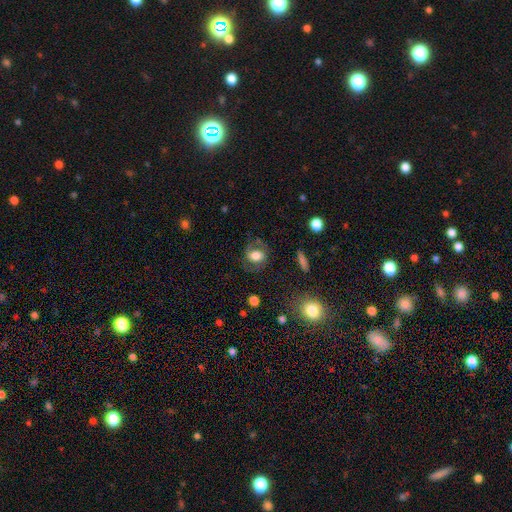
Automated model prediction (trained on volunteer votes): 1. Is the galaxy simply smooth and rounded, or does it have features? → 57% smooth, 34% featured or disk, 9% star or artifact.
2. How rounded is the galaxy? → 53% in between, 45% round, 2% cigar-shaped.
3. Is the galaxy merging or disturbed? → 66% none, 18% minor disturbance, 14% major disturbance, 2% merger.